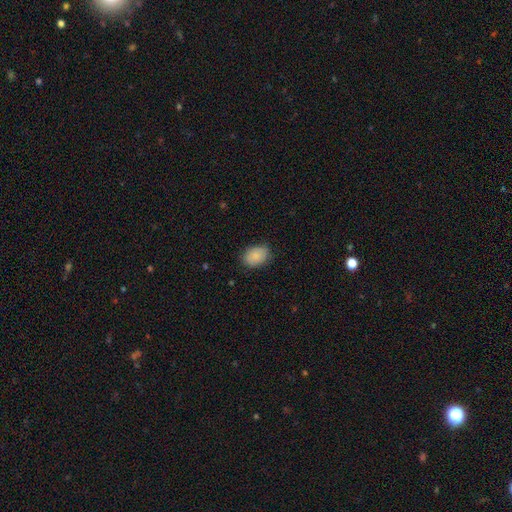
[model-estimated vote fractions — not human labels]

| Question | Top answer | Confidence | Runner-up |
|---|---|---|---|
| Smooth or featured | smooth | 88% | star or artifact (7%) |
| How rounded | in between | 76% | round (23%) |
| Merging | none | 80% | minor disturbance (16%) |